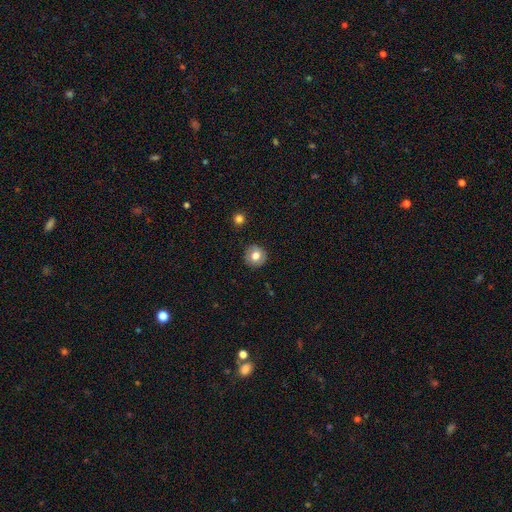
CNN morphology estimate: Smooth or featured?
  - smooth: 75% *
  - featured or disk: 15%
  - star or artifact: 10%
How rounded?
  - round: 92% *
  - in between: 7%
  - cigar-shaped: 1%
Merging?
  - none: 88% *
  - minor disturbance: 8%
  - major disturbance: 2%
  - merger: 1%